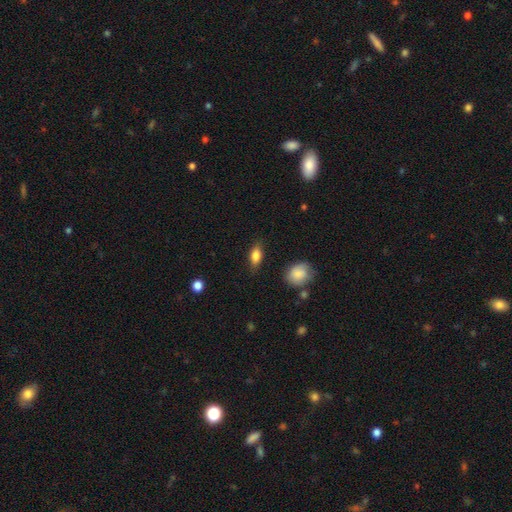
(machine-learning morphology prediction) Q: Smooth or featured?
A: smooth (80%); runner-up: featured or disk (12%)
Q: How rounded?
A: in between (83%); runner-up: cigar-shaped (10%)
Q: Merging?
A: none (81%); runner-up: minor disturbance (14%)